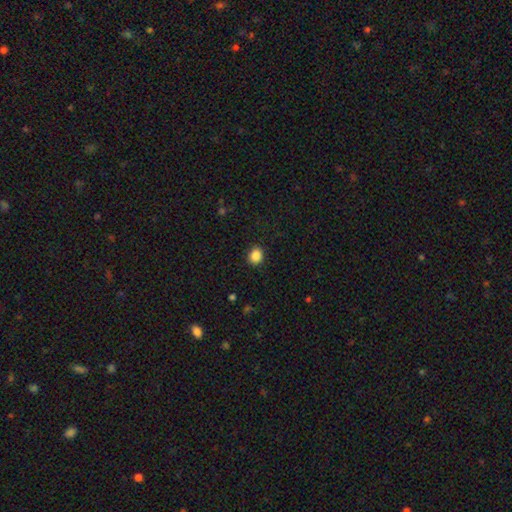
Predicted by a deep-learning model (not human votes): A smooth galaxy with no disk features (87%) that is round (74%). Merging: none (90%).